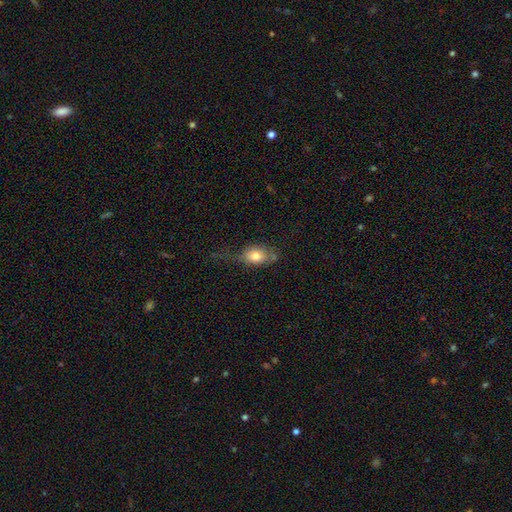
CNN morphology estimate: This appears to be a smooth galaxy with no disk features (76%) that is in between round and cigar-shaped (77%). Merging: none (48%).